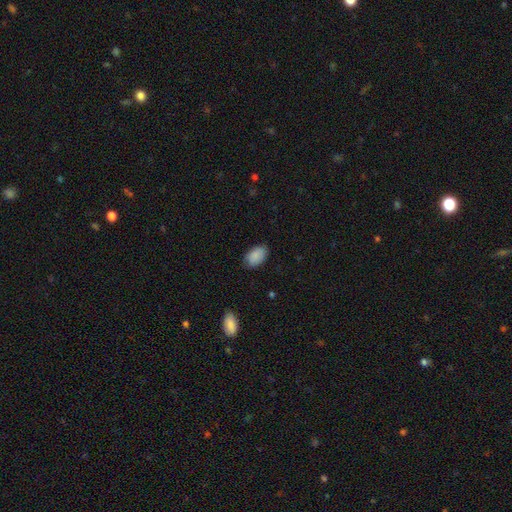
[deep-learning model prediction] smooth 87%, star or artifact 7%, featured or disk 6%. Down the decision tree: how rounded — in between (92%); merging — none (79%).